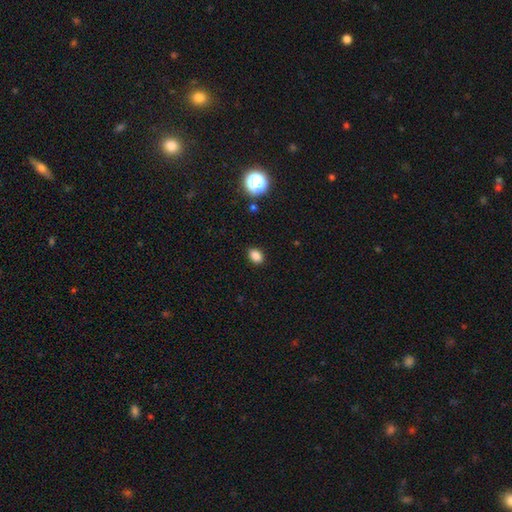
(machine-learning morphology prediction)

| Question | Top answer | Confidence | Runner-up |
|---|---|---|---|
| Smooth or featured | smooth | 85% | star or artifact (11%) |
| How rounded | in between | 75% | round (24%) |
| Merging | none | 89% | minor disturbance (8%) |